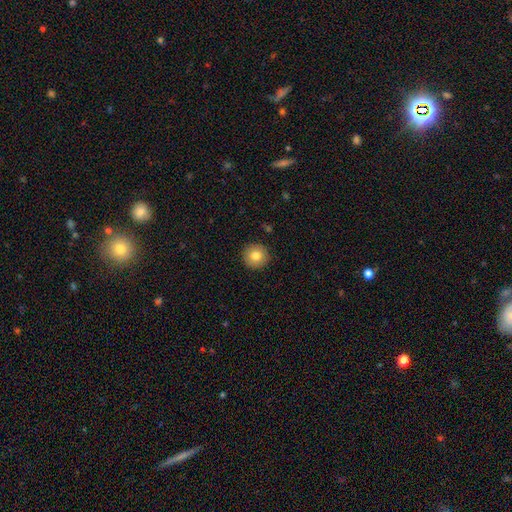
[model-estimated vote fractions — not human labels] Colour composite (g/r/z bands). It shows a smooth galaxy with no disk features (81%) that is round (95%). Merging: none (92%).